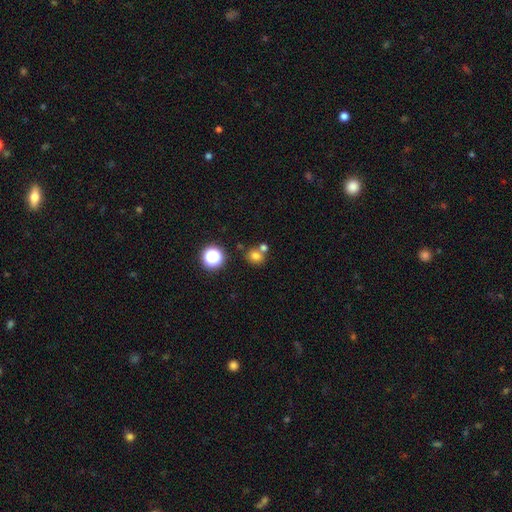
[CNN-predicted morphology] type=smooth (74%); roundness=round (72%); merging=none (58%).